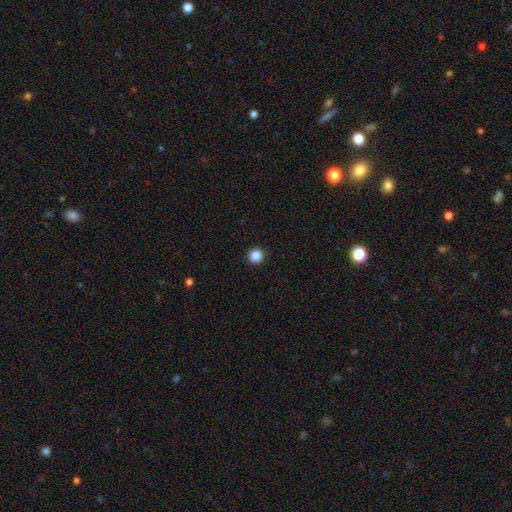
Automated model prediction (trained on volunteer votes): Overall: smooth (86%). How rounded: round (96%). Merging: none (94%).